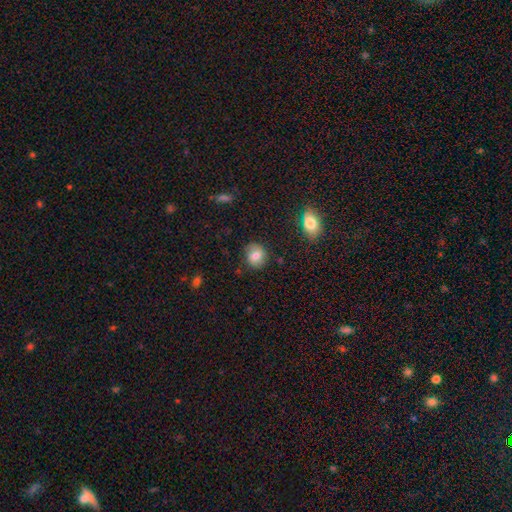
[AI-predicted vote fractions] A smooth galaxy with no disk features (78%) that is round (75%). Merging: none (83%).